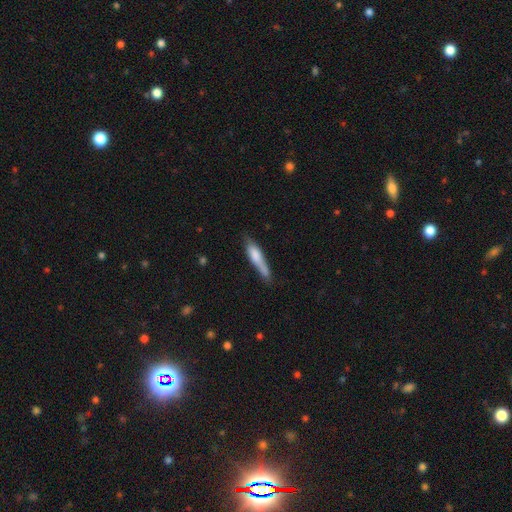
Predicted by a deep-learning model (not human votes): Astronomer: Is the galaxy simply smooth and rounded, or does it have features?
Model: smooth — 63%.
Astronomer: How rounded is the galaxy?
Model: cigar-shaped — 83%.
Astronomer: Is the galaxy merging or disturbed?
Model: none — 54% (runner-up: minor disturbance, 31%).